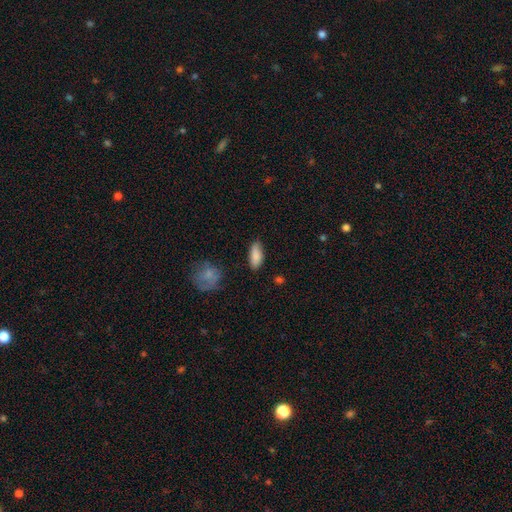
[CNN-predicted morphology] smooth 86%, featured or disk 8%, star or artifact 7%. Down the decision tree: how rounded — in between (78%); merging — none (77%).